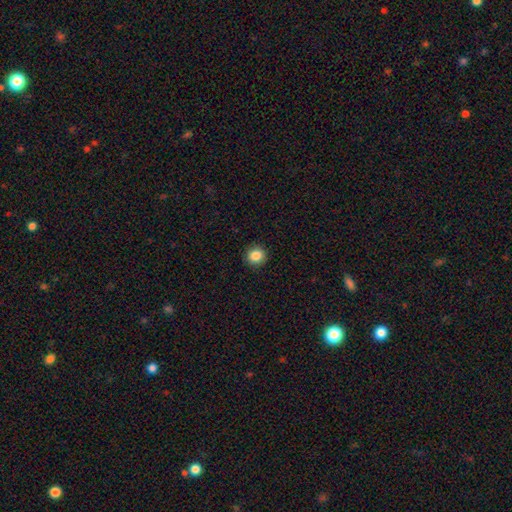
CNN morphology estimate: smooth_or_featured: smooth (p=0.86) [alt: star or artifact p=0.10]
how_rounded: round (p=0.93) [alt: in between p=0.06]
merging: none (p=0.92) [alt: minor disturbance p=0.05]